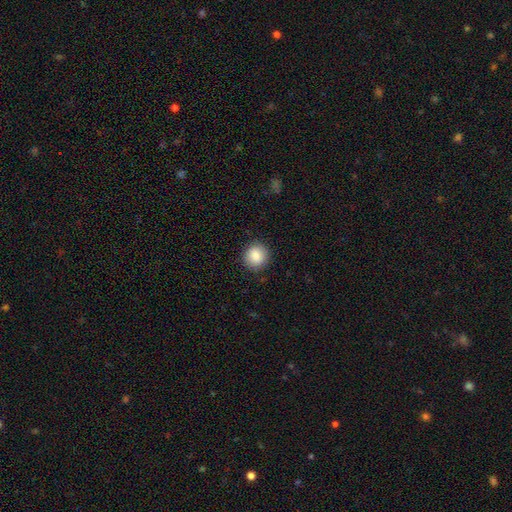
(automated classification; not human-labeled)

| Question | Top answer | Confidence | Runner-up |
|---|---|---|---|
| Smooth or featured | smooth | 87% | star or artifact (8%) |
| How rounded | round | 89% | in between (10%) |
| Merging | none | 88% | minor disturbance (8%) |